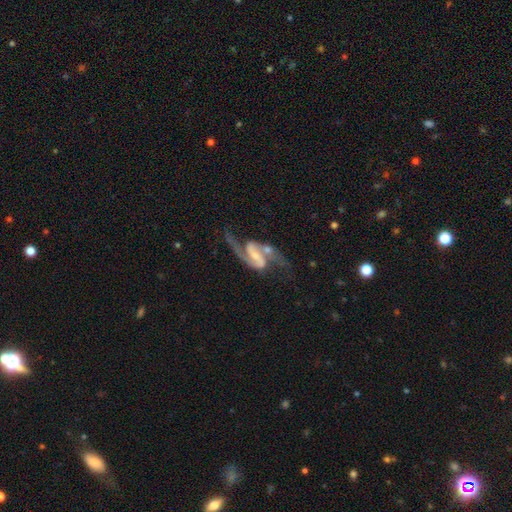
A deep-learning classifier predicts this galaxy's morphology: smooth_or_featured: featured or disk (p=0.91) [alt: smooth p=0.05]
disk_edge_on: no (p=0.97) [alt: yes p=0.03]
bar: strong (p=0.45) [alt: weak p=0.39]
has_spiral_arms: yes (p=0.97) [alt: no p=0.03]
spiral_winding: medium (p=0.46) [alt: loose p=0.44]
spiral_arm_count: 2 (p=0.92) [alt: 1 p=0.03]
bulge_size: small (p=0.52) [alt: moderate p=0.25]
merging: none (p=0.51) [alt: minor disturbance p=0.17]